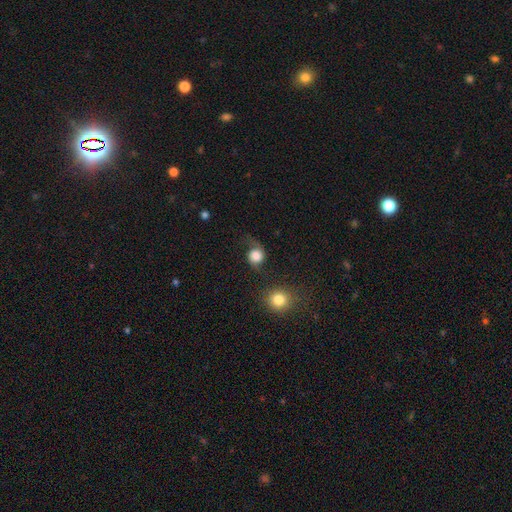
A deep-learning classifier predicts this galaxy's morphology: Overall: smooth (71%). How rounded: round (83%). Merging: none (44%; major disturbance 27%).